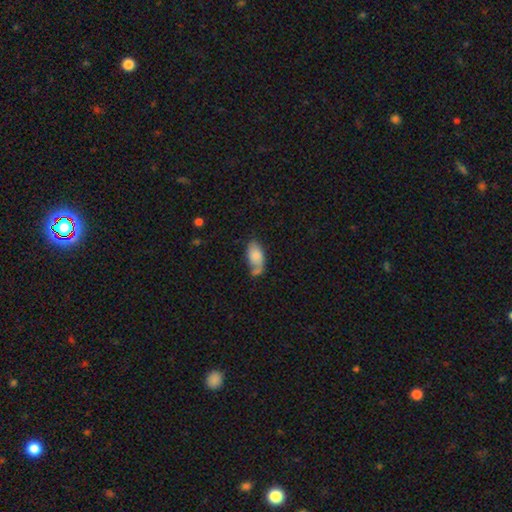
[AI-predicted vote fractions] Q: Smooth or featured?
A: smooth (72%); runner-up: featured or disk (21%)
Q: How rounded?
A: in between (92%); runner-up: cigar-shaped (4%)
Q: Merging?
A: none (46%); runner-up: minor disturbance (29%)